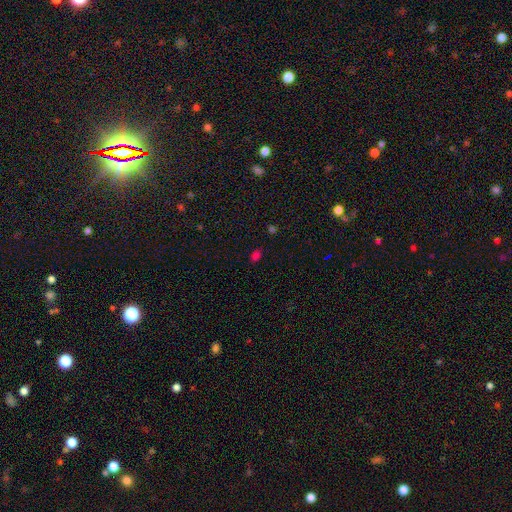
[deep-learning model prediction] This appears to be a smooth galaxy with no disk features (69%) that is in between round and cigar-shaped (82%). Merging: none (82%).